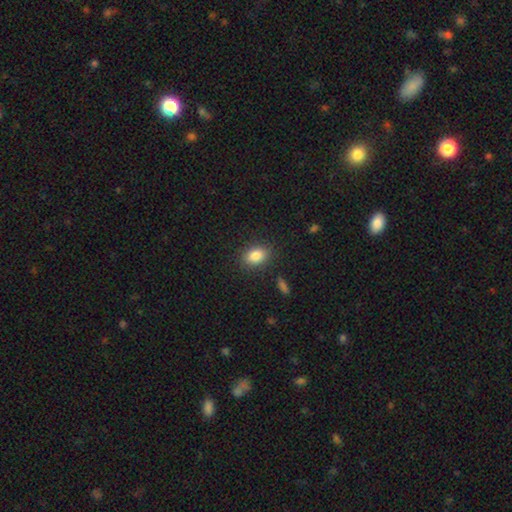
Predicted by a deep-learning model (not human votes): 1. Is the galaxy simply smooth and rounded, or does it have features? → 85% smooth, 9% star or artifact, 6% featured or disk.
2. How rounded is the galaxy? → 76% in between, 22% round, 2% cigar-shaped.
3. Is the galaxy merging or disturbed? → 85% none, 10% minor disturbance, 3% major disturbance, 2% merger.